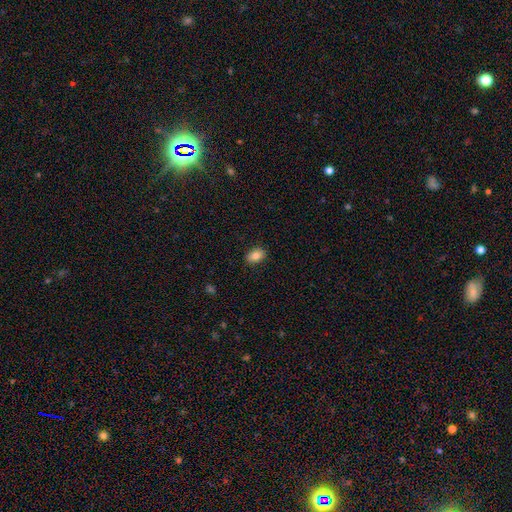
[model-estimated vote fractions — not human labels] Smooth or featured? Predicted: smooth (p=0.83). How rounded? Predicted: in between (p=0.83). Merging? Predicted: none (p=0.88).